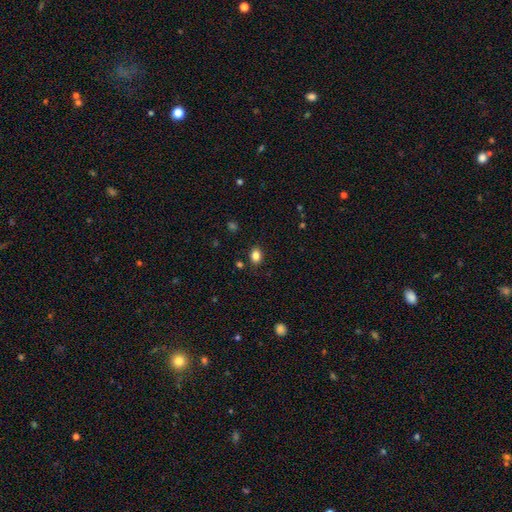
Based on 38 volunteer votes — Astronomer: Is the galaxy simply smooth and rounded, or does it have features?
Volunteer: smooth — 89%.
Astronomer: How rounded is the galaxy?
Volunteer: in between — 65%.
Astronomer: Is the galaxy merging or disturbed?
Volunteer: none — 86%.